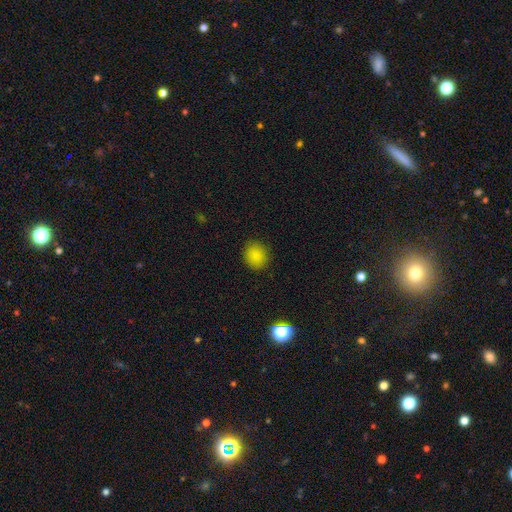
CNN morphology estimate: This appears to be a smooth galaxy with no disk features (84%) that is round (77%). Merging: none (89%).